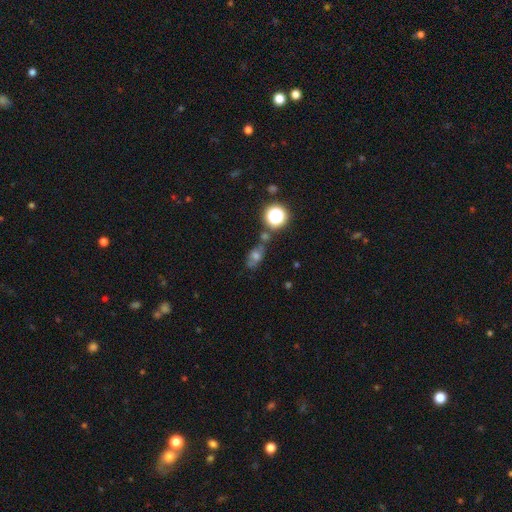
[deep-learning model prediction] smooth-or-featured: smooth: 46% | star or artifact: 30% | featured or disk: 24%
  merging: none: 57% | minor disturbance: 18% | merger: 16% | major disturbance: 8%